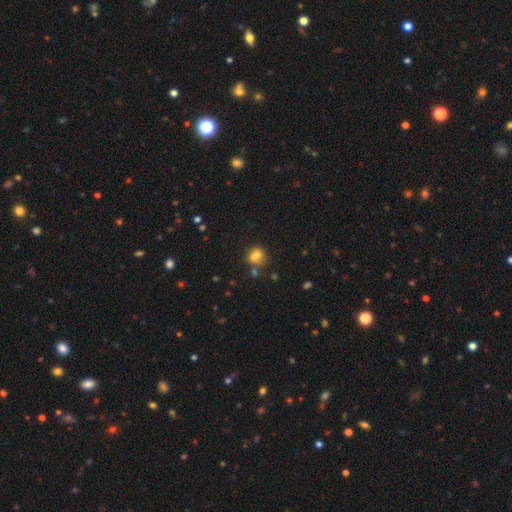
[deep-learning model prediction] Q: Smooth or featured?
A: smooth (76%); runner-up: star or artifact (13%)
Q: How rounded?
A: round (54%); runner-up: in between (44%)
Q: Merging?
A: none (53%); runner-up: merger (23%)